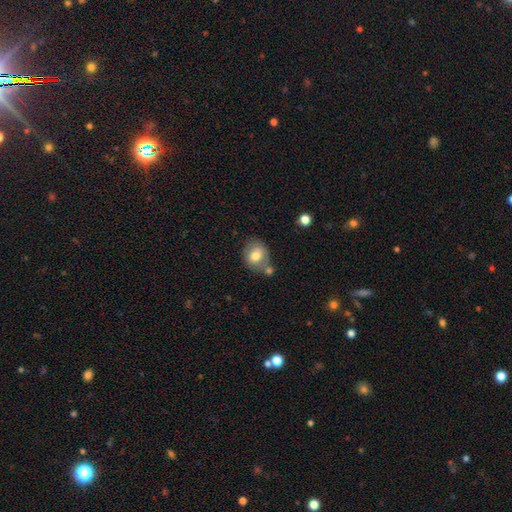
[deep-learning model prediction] A smooth galaxy with no disk features (75%) that is round (58%). Merging: none (55%).